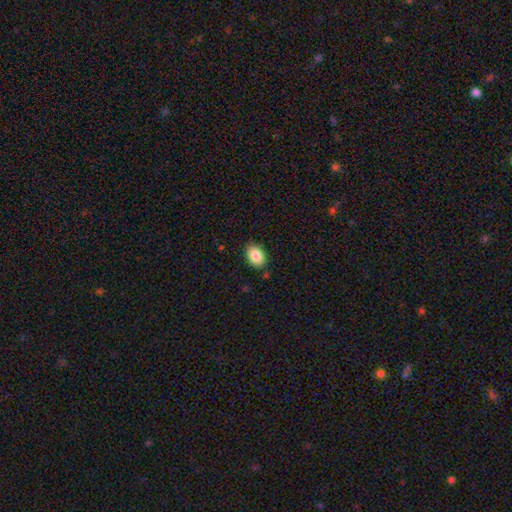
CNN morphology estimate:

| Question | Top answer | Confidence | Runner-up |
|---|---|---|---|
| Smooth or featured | smooth | 86% | star or artifact (8%) |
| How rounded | in between | 80% | round (19%) |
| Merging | none | 84% | minor disturbance (12%) |